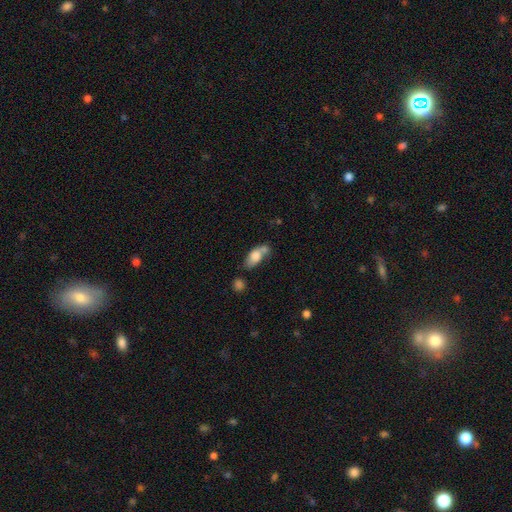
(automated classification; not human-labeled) smooth_or_featured: smooth (p=0.73) [alt: featured or disk p=0.19]
how_rounded: in between (p=0.83) [alt: cigar-shaped p=0.10]
merging: none (p=0.37) [alt: merger p=0.34]